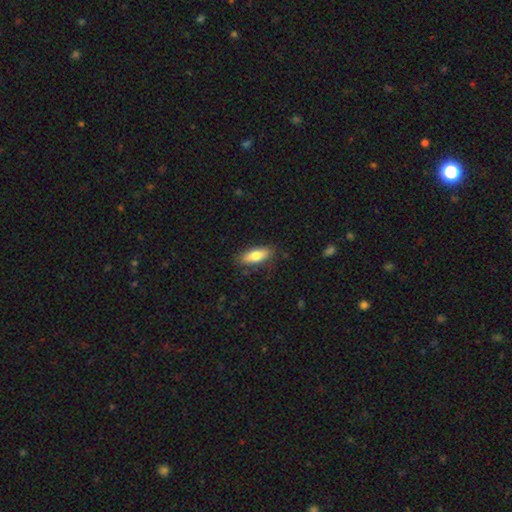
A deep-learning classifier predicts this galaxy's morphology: Smooth or featured?
  - smooth: 78% *
  - featured or disk: 16%
  - star or artifact: 6%
How rounded?
  - in between: 75% *
  - cigar-shaped: 23%
  - round: 2%
Merging?
  - none: 82% *
  - minor disturbance: 14%
  - major disturbance: 3%
  - merger: 1%